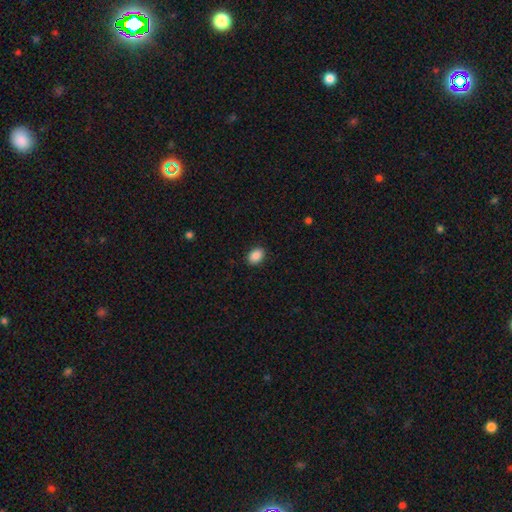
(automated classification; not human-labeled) Smooth or featured?
  - smooth: 89% *
  - star or artifact: 8%
  - featured or disk: 3%
How rounded?
  - in between: 71% *
  - round: 28%
  - cigar-shaped: 1%
Merging?
  - none: 89% *
  - minor disturbance: 8%
  - major disturbance: 2%
  - merger: 1%